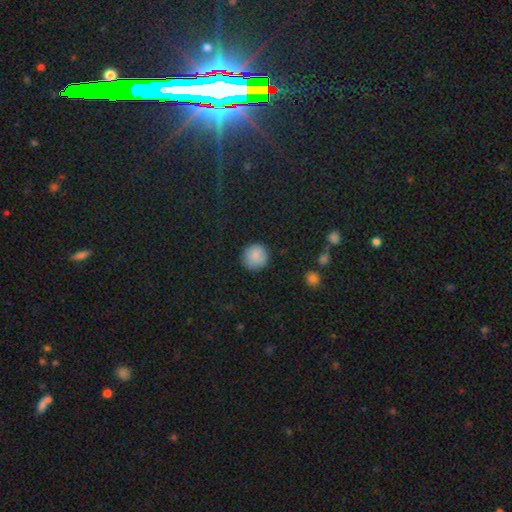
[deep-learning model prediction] smooth 86%, star or artifact 8%, featured or disk 6%. Down the decision tree: how rounded — round (94%); merging — none (86%).